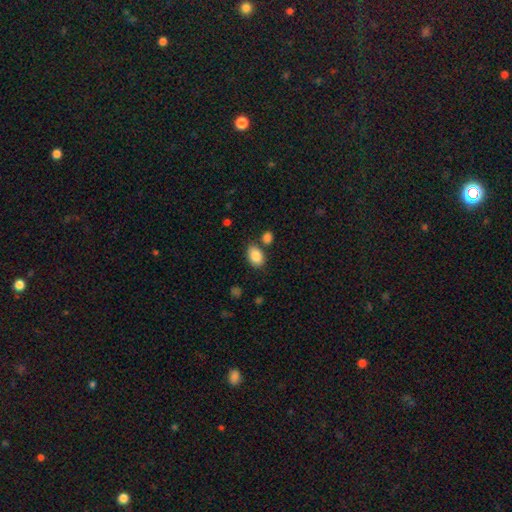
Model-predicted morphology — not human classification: Smooth or featured: smooth — 87% (star or artifact — 8%)
How rounded: in between — 82% (round — 17%)
Merging: none — 71% (minor disturbance — 13%)